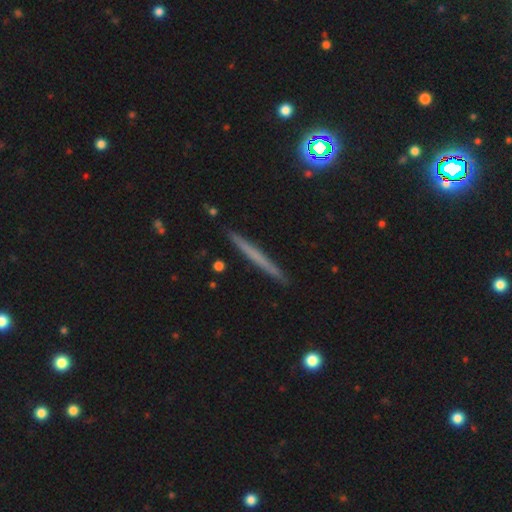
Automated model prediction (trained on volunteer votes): Smooth or featured: smooth — 49% (featured or disk — 43%)
Merging: none — 91% (minor disturbance — 7%)